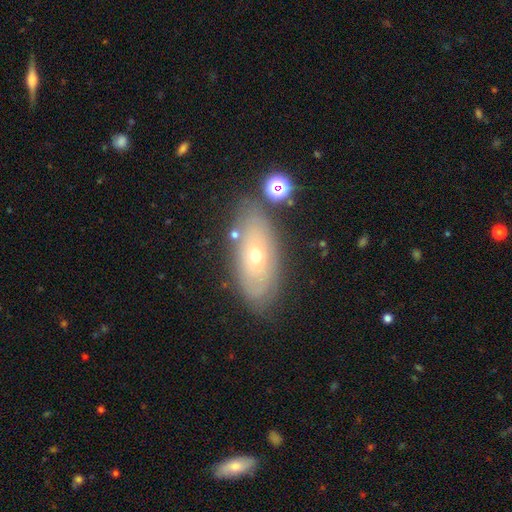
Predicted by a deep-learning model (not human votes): This is possibly a featured or disk galaxy (48%). Merging: likely none (75%).